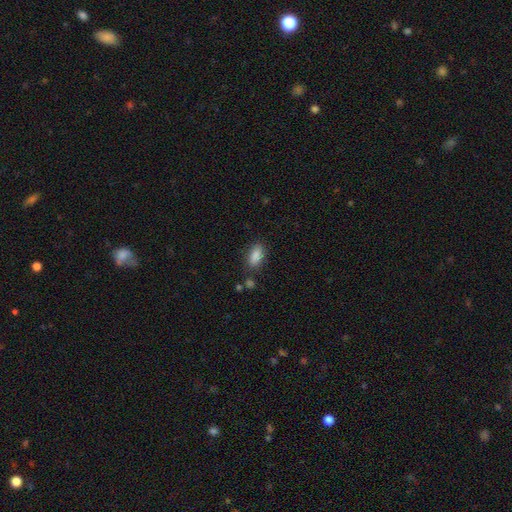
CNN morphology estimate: A smooth galaxy with no disk features (87%) that is in between round and cigar-shaped (87%).

Vote fractions:
- Smooth or featured? smooth: 87% / star or artifact: 8% / featured or disk: 5%
- How rounded? in between: 87% / cigar-shaped: 9% / round: 4%
- Merging? none: 79% / minor disturbance: 13% / merger: 4% / major disturbance: 4%